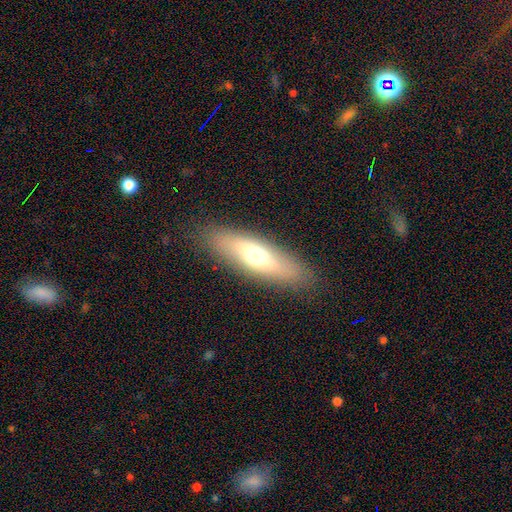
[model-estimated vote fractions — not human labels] smooth-or-featured: smooth: 57% | featured or disk: 35% | star or artifact: 8%
  how-rounded: in between: 52% | cigar-shaped: 46% | round: 3%
  merging: none: 86% | minor disturbance: 10% | major disturbance: 3% | merger: 1%